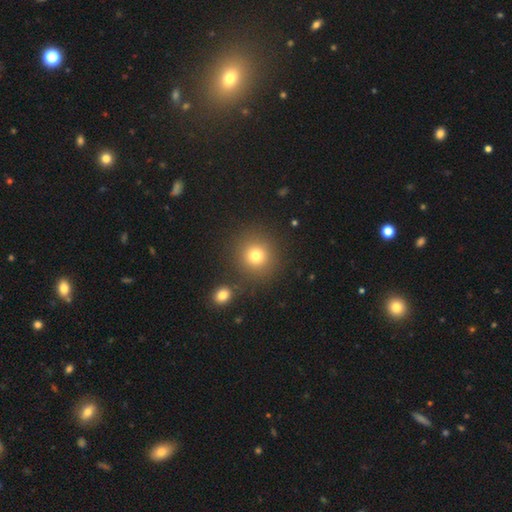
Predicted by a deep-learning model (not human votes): This is likely a smooth galaxy (77%). How rounded: clearly round (91%). Merging: clearly none (83%).